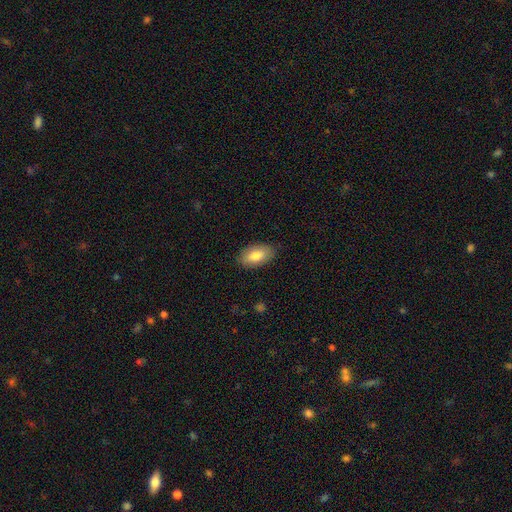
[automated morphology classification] smooth 80%, featured or disk 14%, star or artifact 6%. Down the decision tree: how rounded — in between (93%); merging — none (86%).